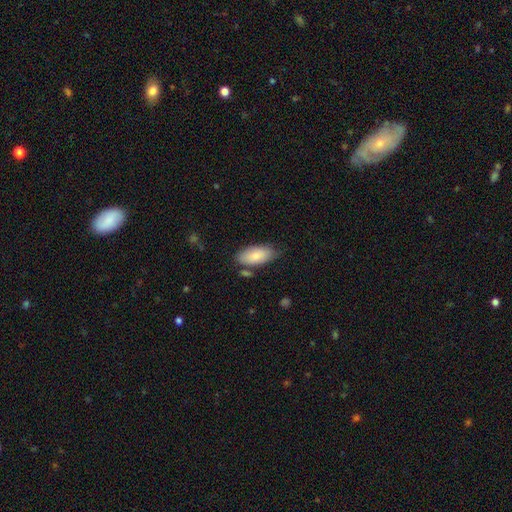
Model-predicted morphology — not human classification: A smooth galaxy with no disk features (83%) that is in between round and cigar-shaped (92%). Merging: none (71%).